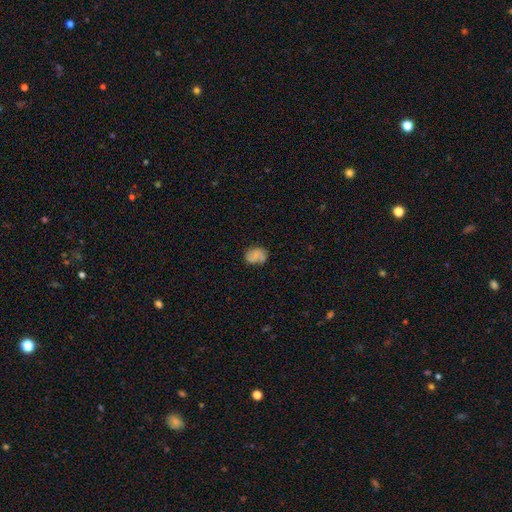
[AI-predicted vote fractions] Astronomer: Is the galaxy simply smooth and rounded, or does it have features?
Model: smooth — 62%.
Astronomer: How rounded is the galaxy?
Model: in between — 66%.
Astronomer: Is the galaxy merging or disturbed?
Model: none — 62%.